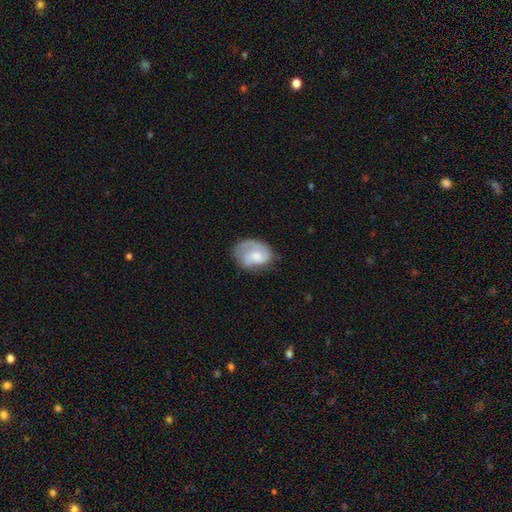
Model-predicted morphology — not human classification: A featured or disk galaxy (49%). Merging: none (51%).